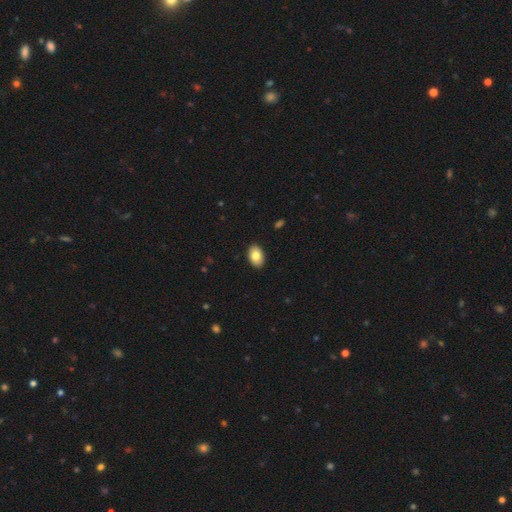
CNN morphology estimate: This appears to be a smooth galaxy with no disk features (83%) that is in between round and cigar-shaped (89%). Merging: none (90%).